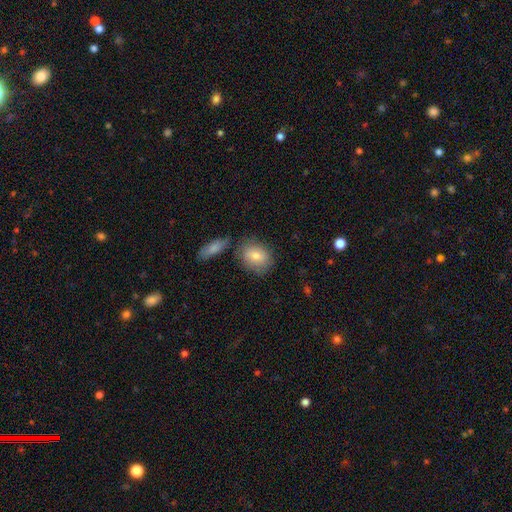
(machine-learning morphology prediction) Smooth or featured? Predicted: smooth (p=0.79). How rounded? Predicted: in between (p=0.60). Merging? Predicted: none (p=0.68).